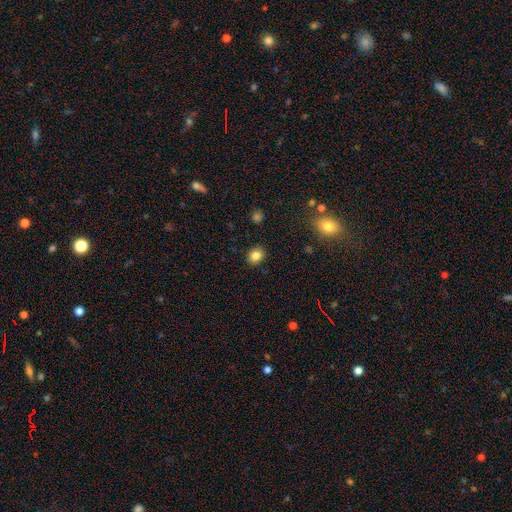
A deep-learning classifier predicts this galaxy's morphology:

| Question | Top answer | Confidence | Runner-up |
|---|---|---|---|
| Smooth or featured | smooth | 83% | star or artifact (11%) |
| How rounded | round | 63% | in between (36%) |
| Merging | none | 89% | minor disturbance (8%) |